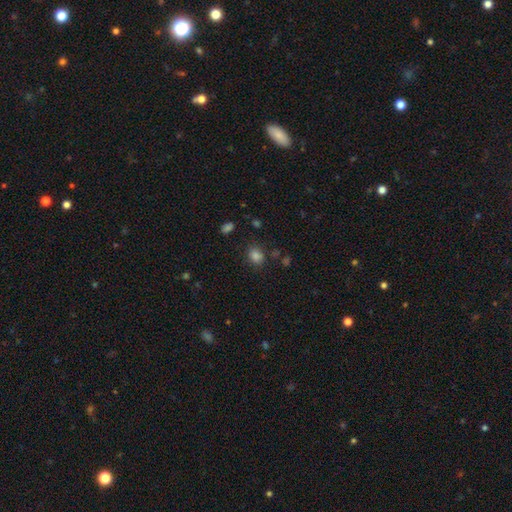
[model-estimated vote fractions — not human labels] The model was most divided on "how rounded": in between: 50%, round: 49%, cigar-shaped: 1%. More confident: smooth or featured — smooth (82%); merging — none (78%).